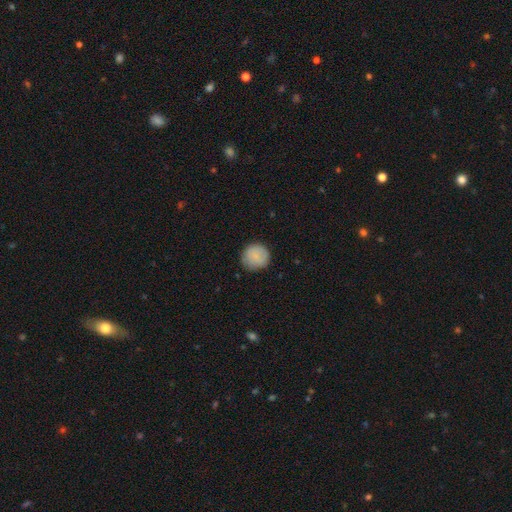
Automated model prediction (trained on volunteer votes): This is clearly a smooth galaxy (86%). How rounded: clearly round (93%). Merging: clearly none (84%).